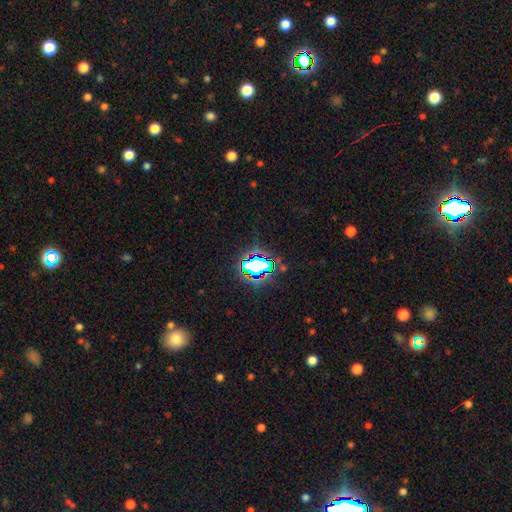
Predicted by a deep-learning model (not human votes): This appears to be a star or artifact, not a galaxy (77%).